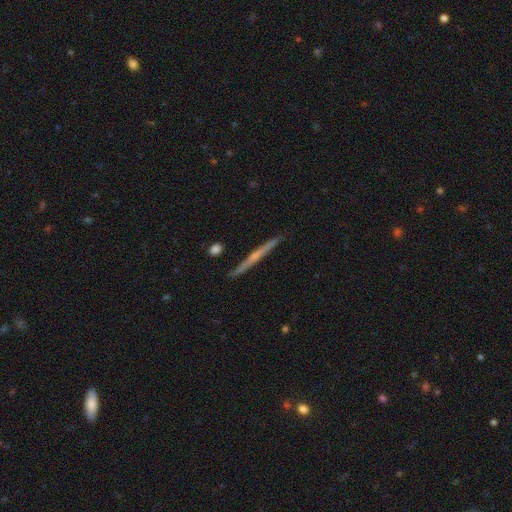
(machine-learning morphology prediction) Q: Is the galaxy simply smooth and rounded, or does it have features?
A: featured or disk — 68%.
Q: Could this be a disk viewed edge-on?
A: yes — 98%.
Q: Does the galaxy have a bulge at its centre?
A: rounded — 48%.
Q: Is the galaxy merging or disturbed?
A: none — 90%.